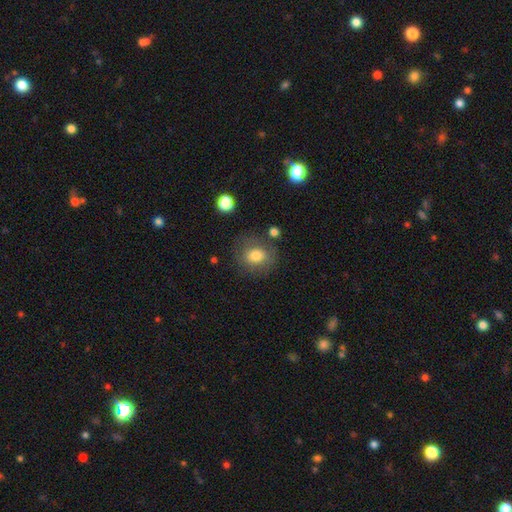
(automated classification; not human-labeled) This appears to be a smooth galaxy with no disk features (76%) that is round (70%). Merging: none (73%).